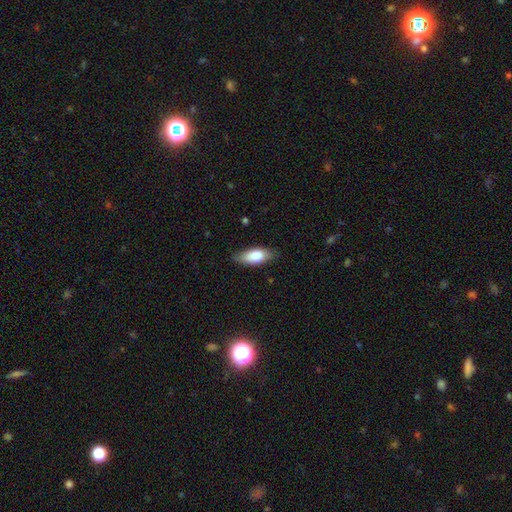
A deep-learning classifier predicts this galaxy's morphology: Smooth or featured? Predicted: smooth (p=0.79). How rounded? Predicted: in between (p=0.82). Merging? Predicted: none (p=0.78).